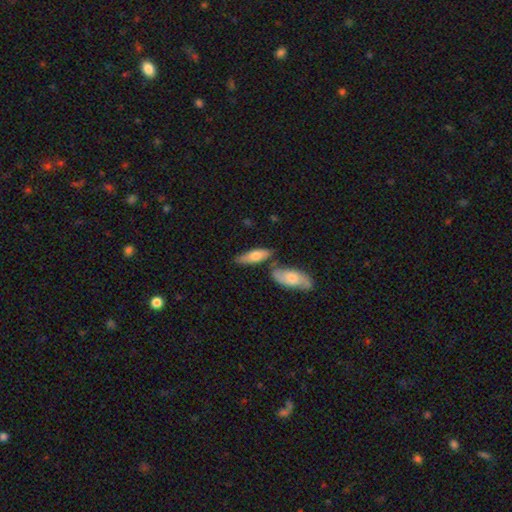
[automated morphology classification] A smooth galaxy with no disk features (66%) that is in between round and cigar-shaped (59%).

Vote fractions:
- Smooth or featured? smooth: 66% / featured or disk: 29% / star or artifact: 6%
- How rounded? in between: 59% / cigar-shaped: 38% / round: 3%
- Merging? none: 63% / merger: 17% / minor disturbance: 16% / major disturbance: 4%